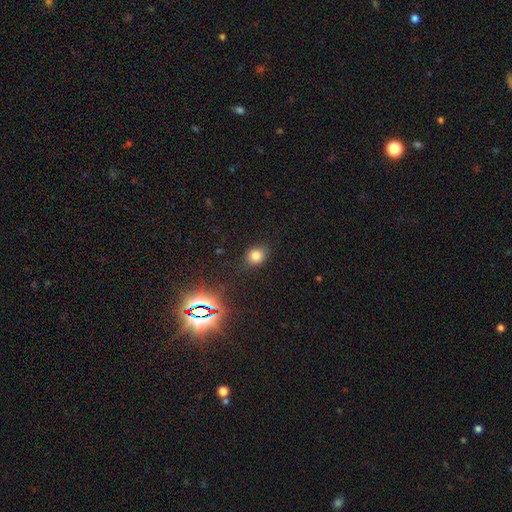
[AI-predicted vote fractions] The model was most divided on "how rounded": round: 63%, in between: 36%, cigar-shaped: 1%. More confident: merging — none (82%); smooth or featured — smooth (77%).